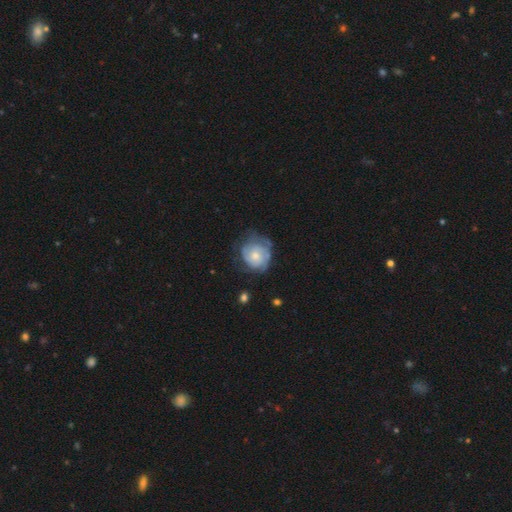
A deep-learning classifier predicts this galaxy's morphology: A featured or disk galaxy (68%) with no bar (78%), tight (62%) spiral arms (86%) and a moderate central bulge (46%, tied with small).

Vote fractions:
- Smooth or featured? featured or disk: 68% / smooth: 26% / star or artifact: 6%
- Edge-on disk? no: 98% / yes: 2%
- Bar? no: 78% / weak: 20% / strong: 3%
- Spiral arms? yes: 86% / no: 14%
- Spiral winding? tight: 62% / medium: 29% / loose: 9%
- Spiral arm count? can't tell: 38% / 2: 29% / 3: 18% / 1: 6% / 4: 5% / more than 4: 3%
- Bulge size? moderate: 46% (tied) / small: 46% (tied) / large: 4% / none: 3% / dominant: 1%
- Merging? none: 56% / minor disturbance: 28% / major disturbance: 15% / merger: 2%